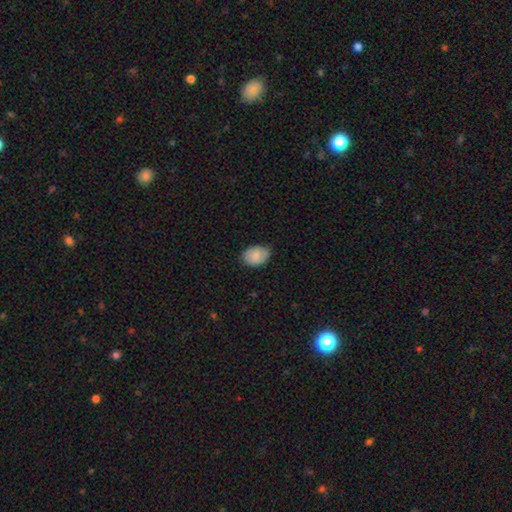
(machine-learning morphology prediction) smooth 78%, featured or disk 15%, star or artifact 7%. Down the decision tree: how rounded — in between (80%); merging — none (73%).